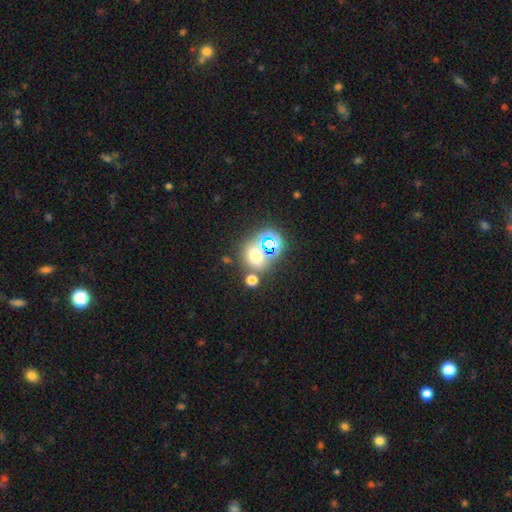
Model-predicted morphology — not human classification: This is possibly a smooth galaxy (54%). How rounded: likely round (63%). Merging: possibly none (59%).